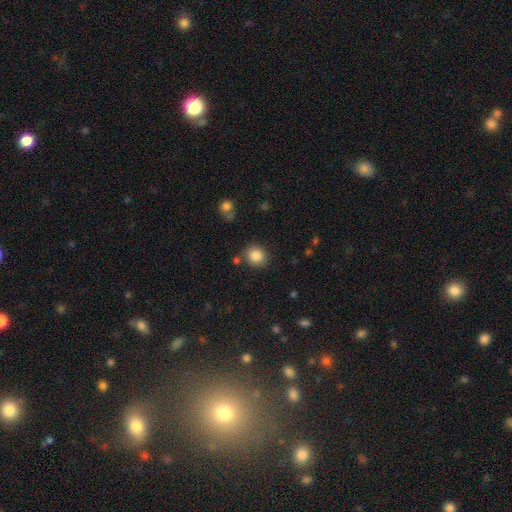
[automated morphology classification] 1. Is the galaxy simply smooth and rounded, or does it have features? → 85% smooth, 10% star or artifact, 5% featured or disk.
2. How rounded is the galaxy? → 82% round, 17% in between, 1% cigar-shaped.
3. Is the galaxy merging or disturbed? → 82% none, 10% minor disturbance, 5% merger, 3% major disturbance.